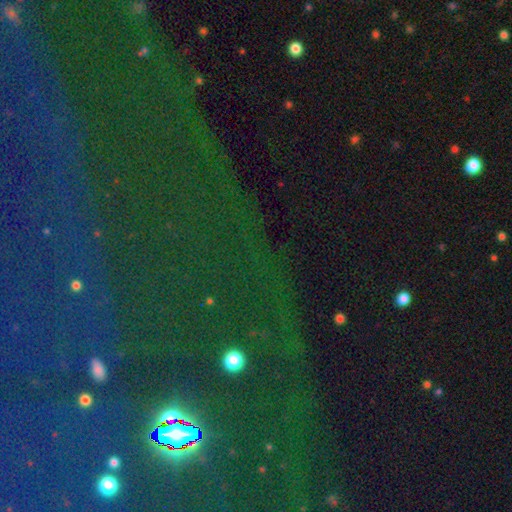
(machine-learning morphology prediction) Smooth or featured? star or artifact (83%)